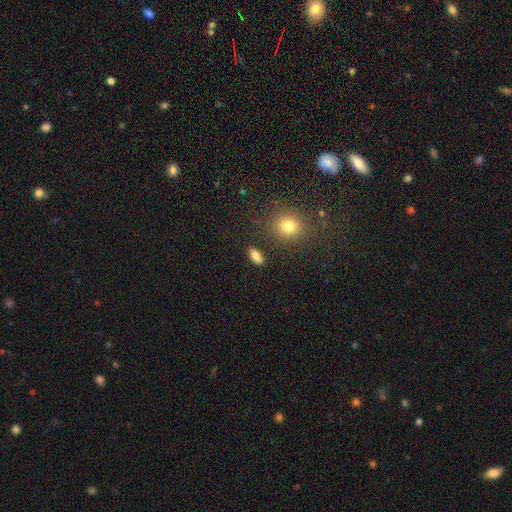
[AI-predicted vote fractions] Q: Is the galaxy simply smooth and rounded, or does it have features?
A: smooth — 83%.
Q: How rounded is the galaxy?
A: in between — 83%.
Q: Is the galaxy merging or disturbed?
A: none — 83%.